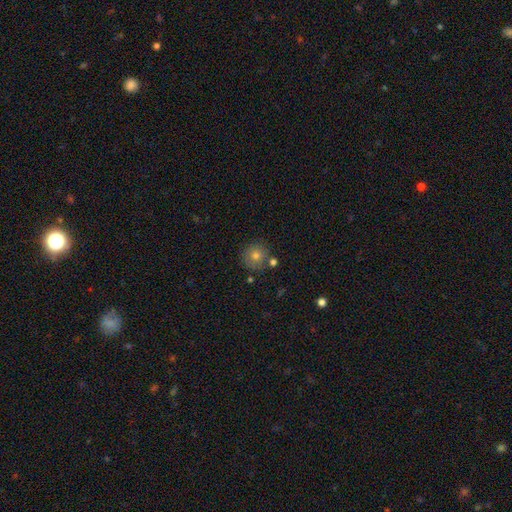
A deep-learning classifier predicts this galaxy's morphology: smooth-or-featured: smooth: 76% | star or artifact: 13% | featured or disk: 11%
  how-rounded: round: 94% | in between: 5% | cigar-shaped: 1%
  merging: none: 80% | minor disturbance: 9% | merger: 8% | major disturbance: 3%